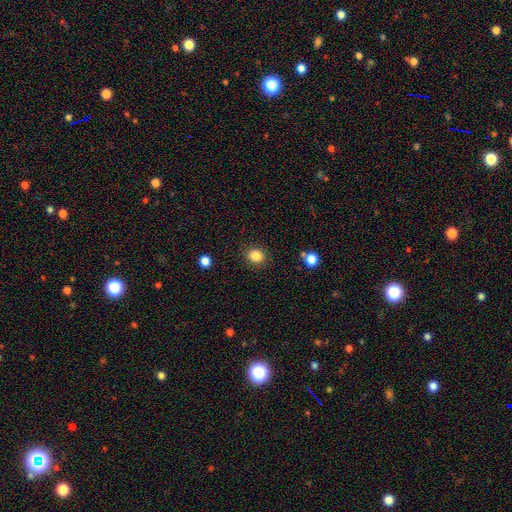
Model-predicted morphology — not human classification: smooth_or_featured: smooth (p=0.85) [alt: star or artifact p=0.10]
how_rounded: round (p=0.71) [alt: in between p=0.28]
merging: none (p=0.87) [alt: minor disturbance p=0.09]